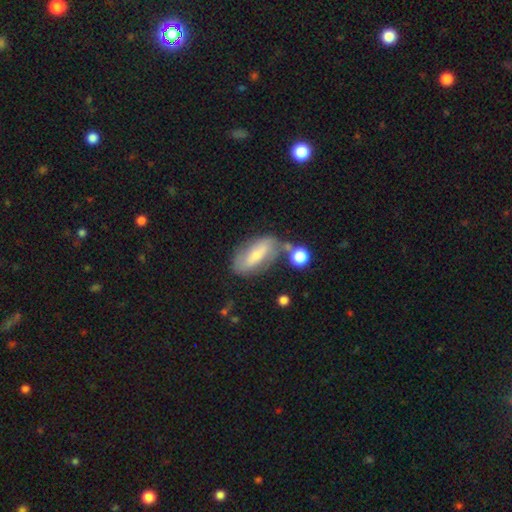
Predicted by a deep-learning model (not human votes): Smooth or featured? featured or disk (51%)
Edge-on disk? no (83%)
Merging? none (57%)